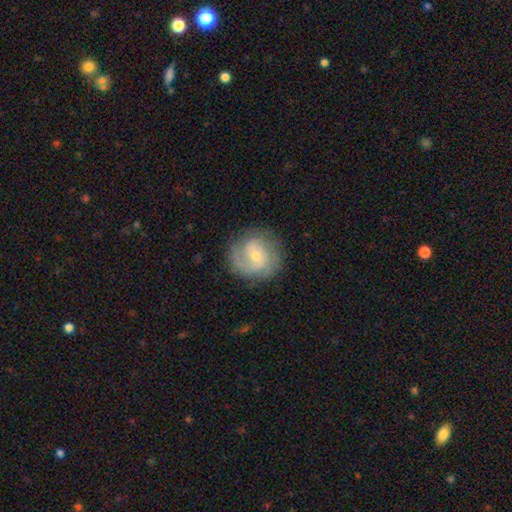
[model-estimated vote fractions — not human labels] A featured or disk galaxy (76%) with no bar (49%), 2 (53%) tight (44%) spiral arms (93%) and a small central bulge (59%). Merging: none (78%).